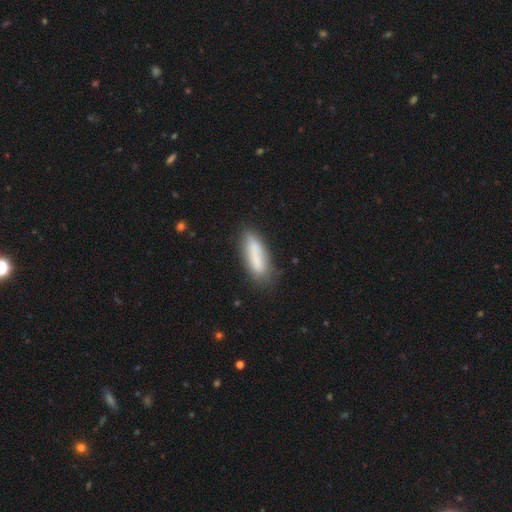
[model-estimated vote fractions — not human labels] smooth 77%, featured or disk 16%, star or artifact 8%. Down the decision tree: how rounded — cigar-shaped (54%); merging — none (68%).